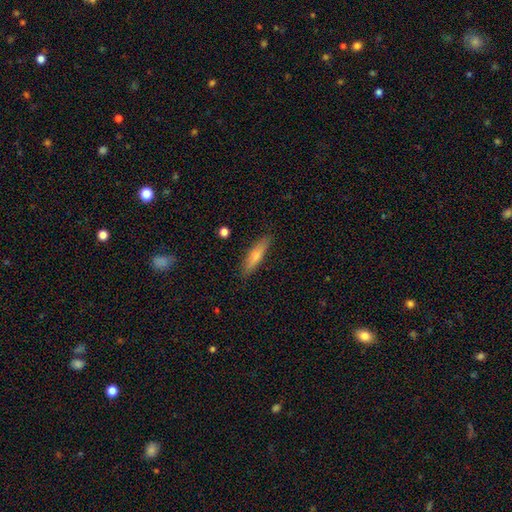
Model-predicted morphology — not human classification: smooth-or-featured: smooth: 74% | featured or disk: 19% | star or artifact: 6%
  how-rounded: cigar-shaped: 76% | in between: 22% | round: 2%
  merging: none: 86% | minor disturbance: 11% | major disturbance: 2% | merger: 1%